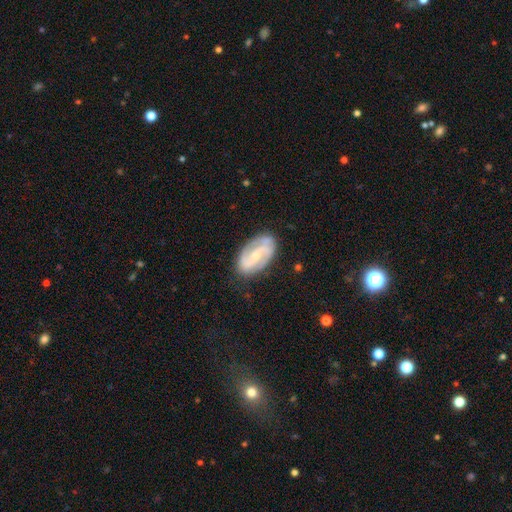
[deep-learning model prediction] Smooth or featured? featured or disk (82%)
Edge-on disk? no (96%)
Bar? weak (44%)
Spiral arms? yes (93%)
Spiral winding? medium (45%)
Spiral arm count? 2 (82%)
Bulge size? small (62%)
Merging? none (79%)